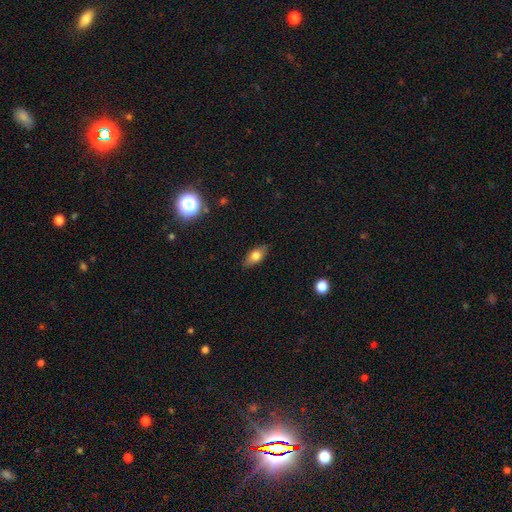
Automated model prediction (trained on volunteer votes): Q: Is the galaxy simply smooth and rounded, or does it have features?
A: smooth — 72%.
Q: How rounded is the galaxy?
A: in between — 83%.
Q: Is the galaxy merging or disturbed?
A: none — 84%.